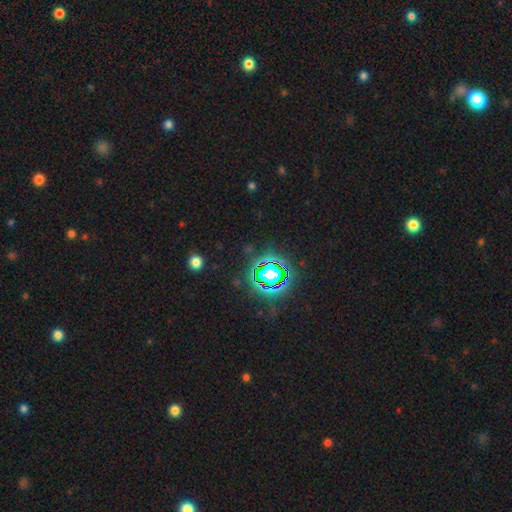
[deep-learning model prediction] Q: Smooth or featured?
A: star or artifact (82%); runner-up: smooth (11%)